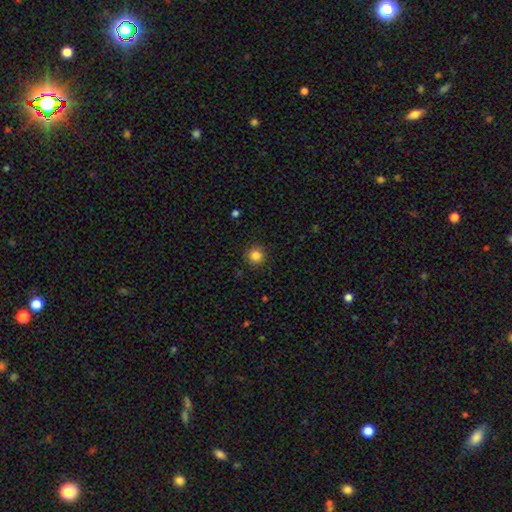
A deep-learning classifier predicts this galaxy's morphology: Overall: smooth (84%). How rounded: round (95%). Merging: none (91%).